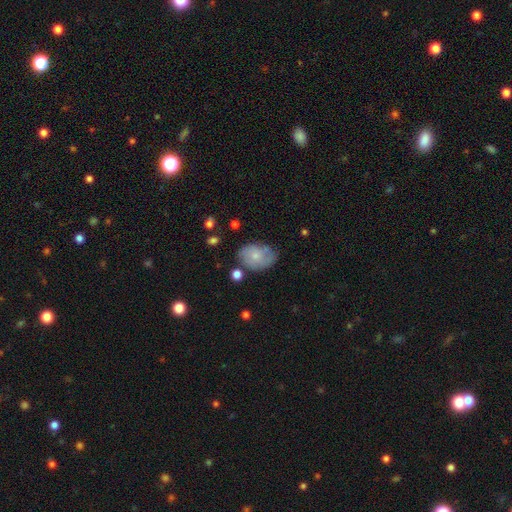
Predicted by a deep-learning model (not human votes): This appears to be a smooth galaxy with no disk features (60%) that is in between round and cigar-shaped (76%). Merging: none (57%).